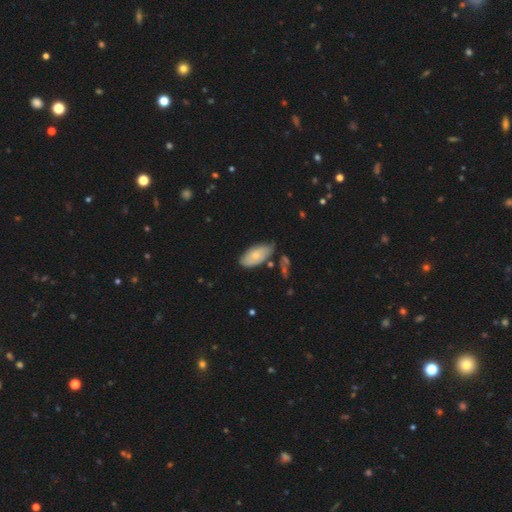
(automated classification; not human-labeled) This appears to be a smooth galaxy with no disk features (68%) that is in between round and cigar-shaped (92%). Merging: none (62%).